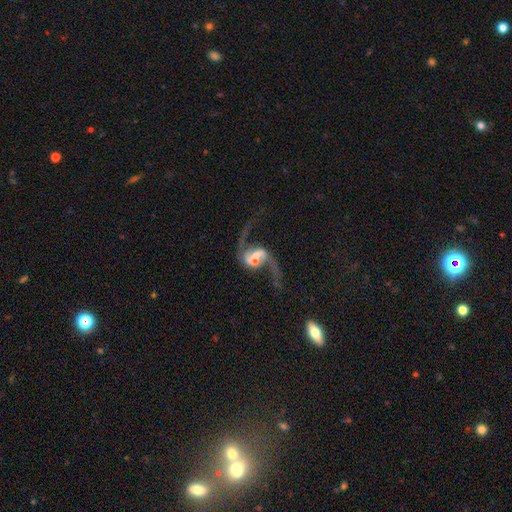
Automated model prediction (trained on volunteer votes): featured or disk 88%, star or artifact 6%, smooth 6%. Down the decision tree: edge-on disk — no (97%); bar — weak (45%); spiral arms — yes (95%); spiral arm count — 2 (93%); spiral winding — loose (82%); bulge size — moderate (47%); merging — none (48%).